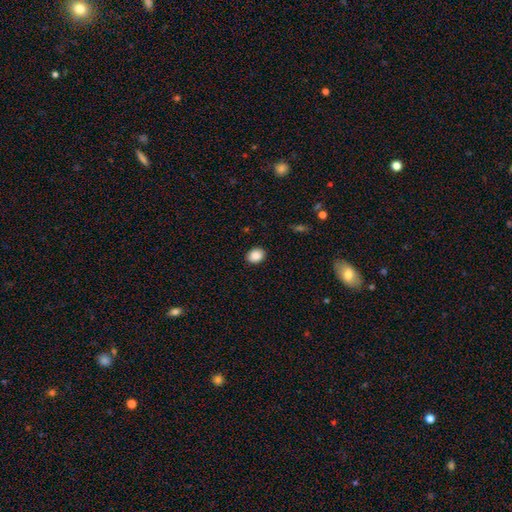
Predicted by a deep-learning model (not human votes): Q: Smooth or featured?
A: smooth (88%); runner-up: star or artifact (8%)
Q: How rounded?
A: in between (56%); runner-up: round (44%)
Q: Merging?
A: none (90%); runner-up: minor disturbance (7%)